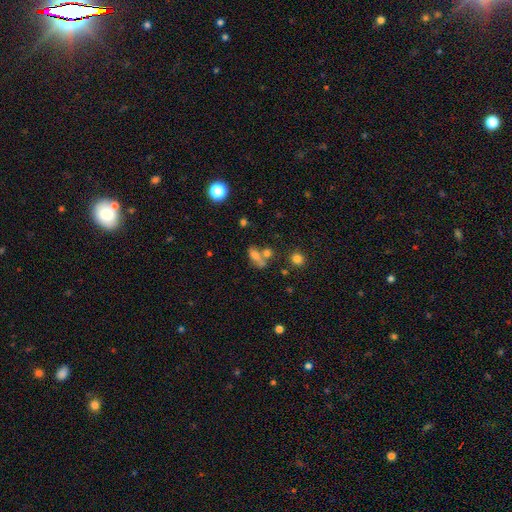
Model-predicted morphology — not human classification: The model was most divided on "merging": merger: 45%, none: 35%, minor disturbance: 12%, major disturbance: 8%. More confident: how rounded — in between (74%); smooth or featured — smooth (64%).